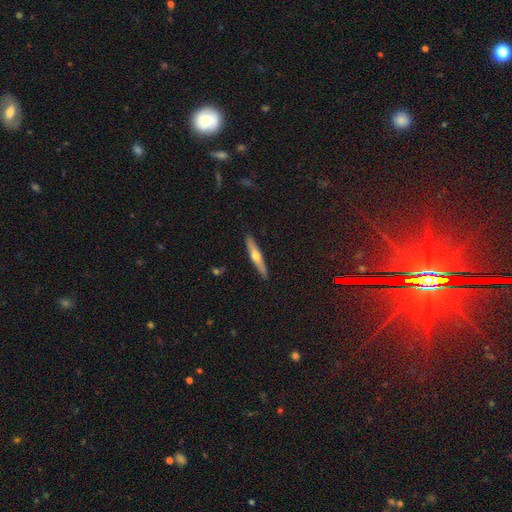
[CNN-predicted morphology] Smooth or featured?
  - featured or disk: 56% *
  - smooth: 39%
  - star or artifact: 6%
Edge-on disk?
  - yes: 94% *
  - no: 6%
Edge-on bulge?
  - rounded: 90% *
  - none: 7%
  - boxy: 2%
Merging?
  - none: 91% *
  - minor disturbance: 7%
  - major disturbance: 1%
  - merger: 1%